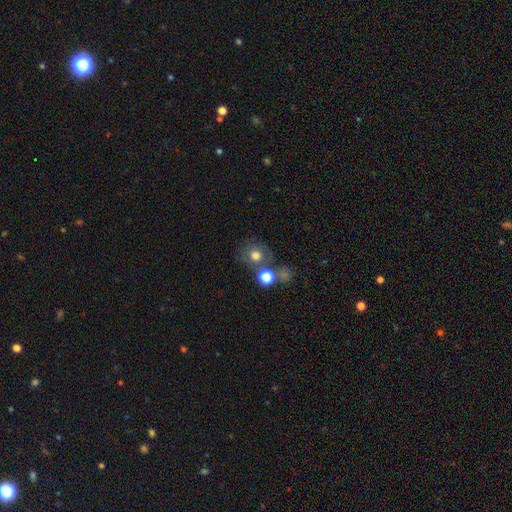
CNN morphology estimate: type=smooth (71%); roundness=round (84%); merging=none (60%).